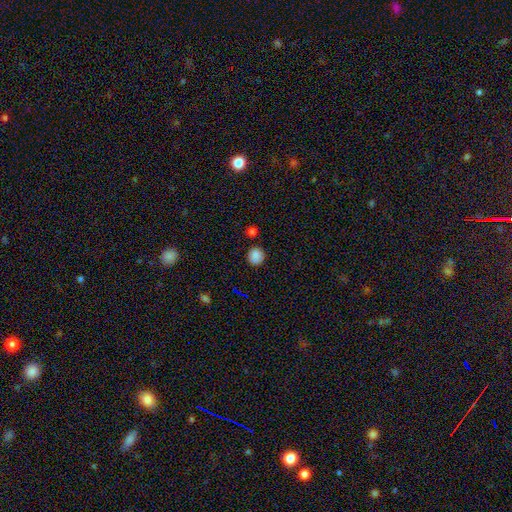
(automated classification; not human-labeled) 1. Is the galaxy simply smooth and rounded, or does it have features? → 84% smooth, 12% star or artifact, 5% featured or disk.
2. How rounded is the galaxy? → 87% round, 12% in between, 1% cigar-shaped.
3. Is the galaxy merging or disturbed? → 85% none, 9% minor disturbance, 3% merger, 2% major disturbance.